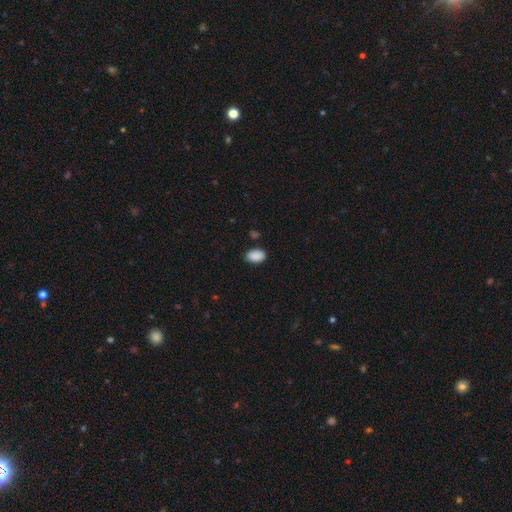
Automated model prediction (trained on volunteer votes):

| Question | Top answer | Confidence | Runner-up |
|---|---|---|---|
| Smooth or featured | smooth | 90% | star or artifact (7%) |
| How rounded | in between | 89% | round (9%) |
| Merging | none | 87% | minor disturbance (9%) |